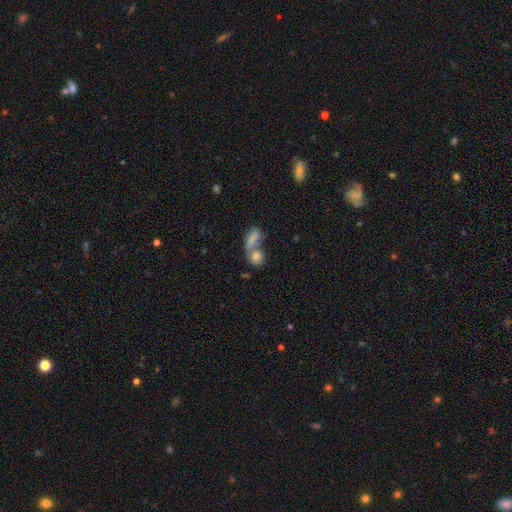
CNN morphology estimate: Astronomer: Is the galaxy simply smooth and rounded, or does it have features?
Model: smooth — 71%.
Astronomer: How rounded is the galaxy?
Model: in between — 48% (runner-up: round, 46%).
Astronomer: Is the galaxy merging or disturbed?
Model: merger — 58%.